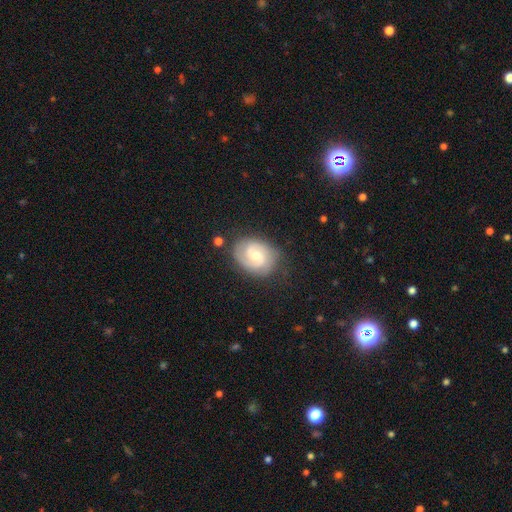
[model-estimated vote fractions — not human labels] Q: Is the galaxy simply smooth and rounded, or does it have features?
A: featured or disk — 74%.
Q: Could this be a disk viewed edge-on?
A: no — 98%.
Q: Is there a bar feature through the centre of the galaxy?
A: weak — 50%.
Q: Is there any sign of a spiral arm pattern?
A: yes — 95%.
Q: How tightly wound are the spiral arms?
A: medium — 44%.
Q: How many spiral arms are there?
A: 2 — 73%.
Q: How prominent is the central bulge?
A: moderate — 50%.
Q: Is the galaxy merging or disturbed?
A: none — 75%.